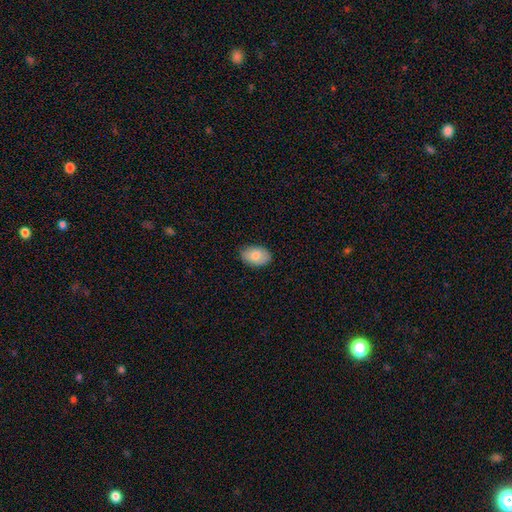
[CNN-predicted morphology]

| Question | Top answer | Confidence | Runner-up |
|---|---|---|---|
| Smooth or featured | smooth | 82% | featured or disk (12%) |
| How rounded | in between | 88% | round (11%) |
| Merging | none | 83% | minor disturbance (14%) |